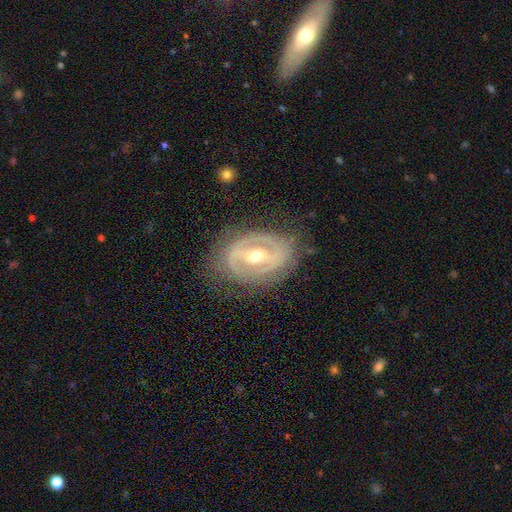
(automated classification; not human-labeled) This appears to be a featured or disk galaxy (81%) with a strong bar (47%), spiral arms (56%) and a moderate central bulge (66%). Merging: none (74%).